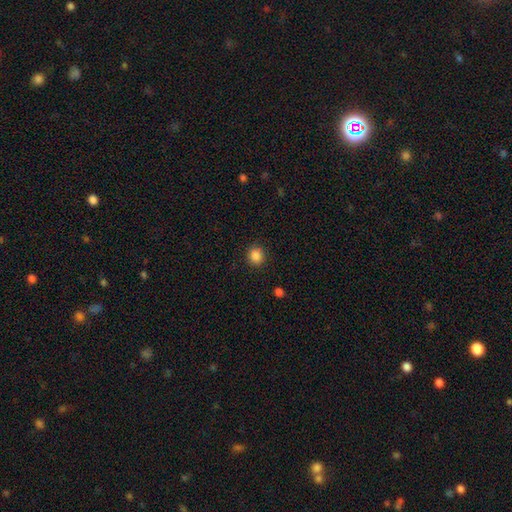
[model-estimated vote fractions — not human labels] This is clearly a smooth galaxy (87%). How rounded: clearly round (82%). Merging: clearly none (90%).